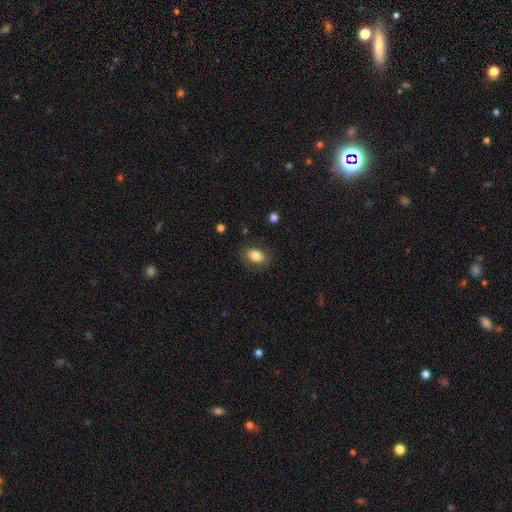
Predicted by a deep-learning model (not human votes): Smooth or featured? smooth (80%)
How rounded? in between (83%)
Merging? none (81%)